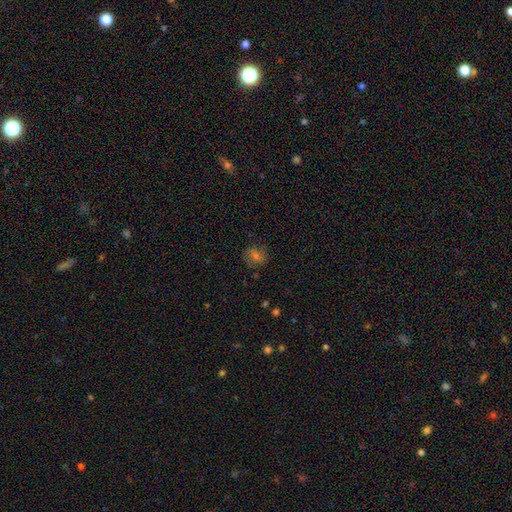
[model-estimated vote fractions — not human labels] Overall: smooth (56%; featured or disk 24%). How rounded: round (77%). Merging: none (82%).